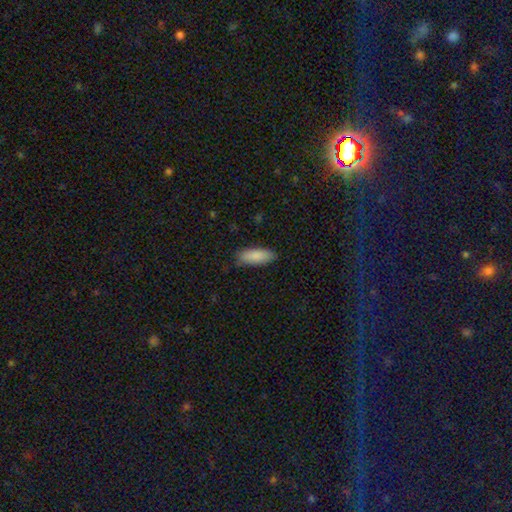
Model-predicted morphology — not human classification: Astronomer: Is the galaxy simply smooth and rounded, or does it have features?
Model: smooth — 89%.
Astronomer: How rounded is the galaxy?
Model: in between — 75%.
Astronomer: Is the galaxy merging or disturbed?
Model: none — 83%.